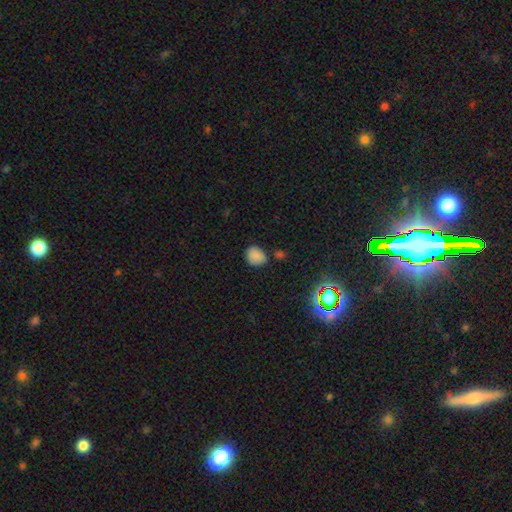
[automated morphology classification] smooth-or-featured: smooth: 83% | star or artifact: 12% | featured or disk: 5%
  how-rounded: round: 55% | in between: 44% | cigar-shaped: 1%
  merging: none: 72% | minor disturbance: 18% | merger: 6% | major disturbance: 4%